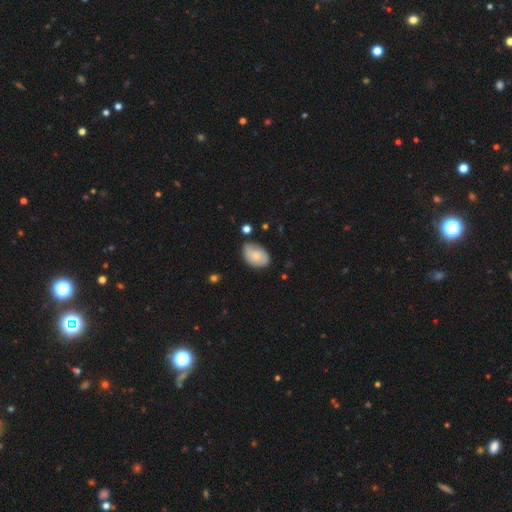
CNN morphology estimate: Q: Smooth or featured?
A: smooth (70%); runner-up: featured or disk (24%)
Q: How rounded?
A: in between (87%); runner-up: round (12%)
Q: Merging?
A: none (66%); runner-up: minor disturbance (26%)